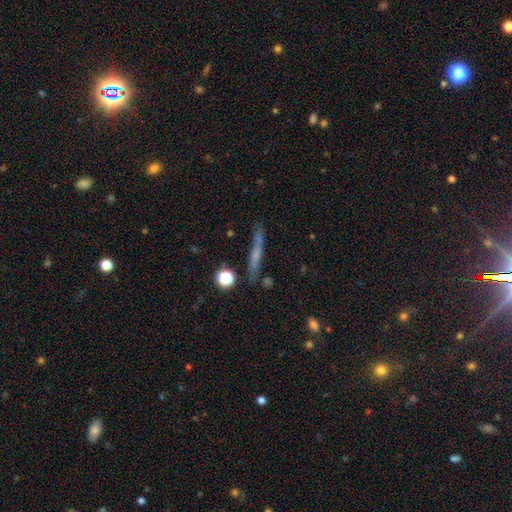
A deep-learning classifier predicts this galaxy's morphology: smooth_or_featured: smooth (p=0.47) [alt: featured or disk p=0.40]
merging: none (p=0.71) [alt: minor disturbance p=0.16]